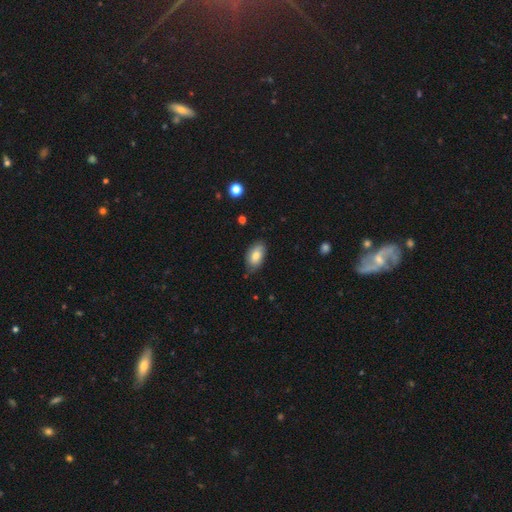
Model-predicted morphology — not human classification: Smooth or featured? smooth (78%)
How rounded? in between (93%)
Merging? none (73%)